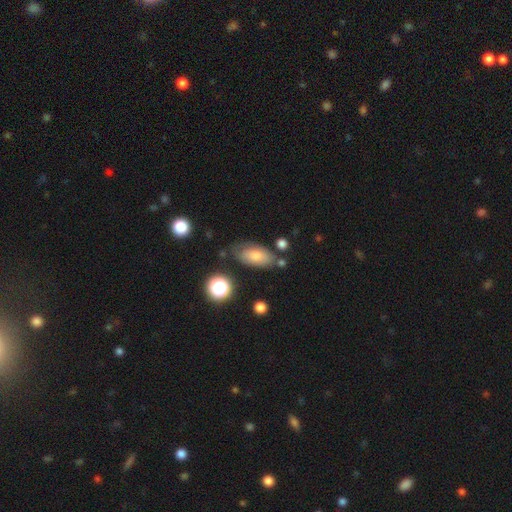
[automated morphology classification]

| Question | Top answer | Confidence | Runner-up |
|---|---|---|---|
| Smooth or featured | smooth | 69% | featured or disk (21%) |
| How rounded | in between | 89% | cigar-shaped (6%) |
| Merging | none | 65% | minor disturbance (22%) |